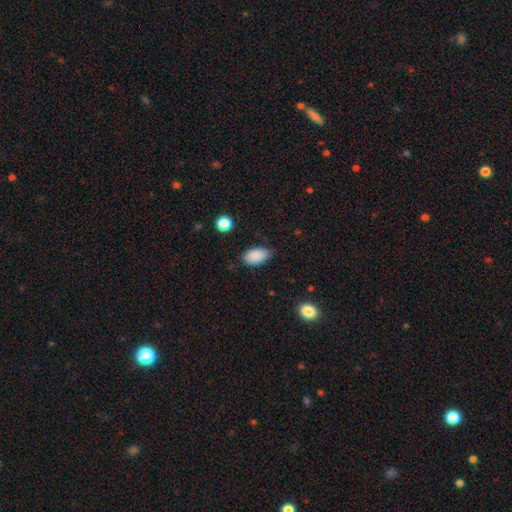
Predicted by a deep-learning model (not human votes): Smooth or featured? Predicted: smooth (p=0.88). How rounded? Predicted: in between (p=0.93). Merging? Predicted: none (p=0.77).